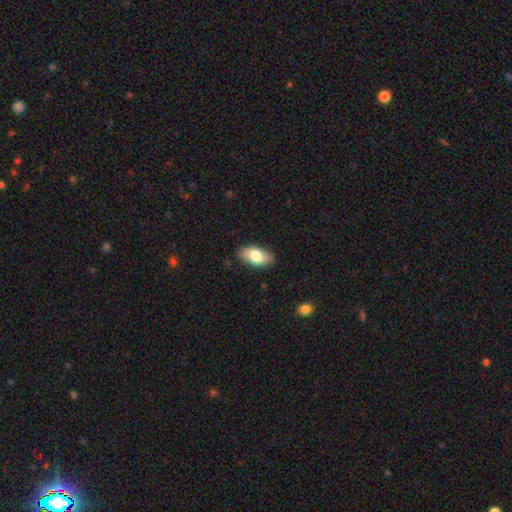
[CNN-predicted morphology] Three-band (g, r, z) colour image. It shows a smooth galaxy with no disk features (78%) that is in between round and cigar-shaped (93%). Merging: none (85%).